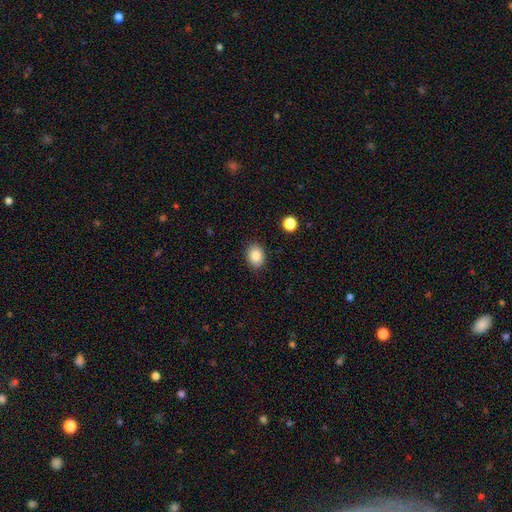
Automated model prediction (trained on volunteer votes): Smooth or featured?
  - smooth: 87% *
  - star or artifact: 9%
  - featured or disk: 5%
How rounded?
  - in between: 61% *
  - round: 38%
  - cigar-shaped: 1%
Merging?
  - none: 88% *
  - minor disturbance: 9%
  - major disturbance: 2%
  - merger: 1%